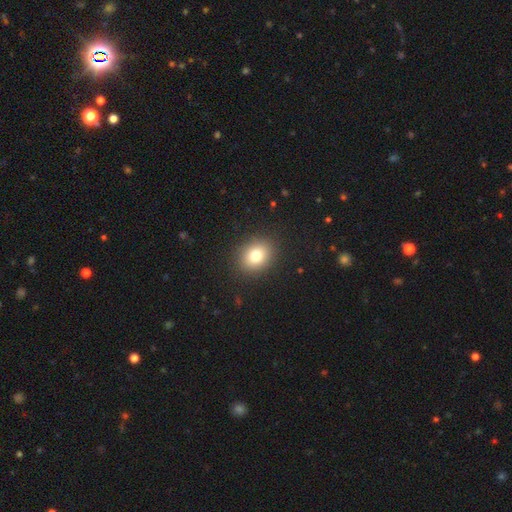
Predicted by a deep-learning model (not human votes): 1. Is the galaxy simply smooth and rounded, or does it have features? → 78% smooth, 12% star or artifact, 10% featured or disk.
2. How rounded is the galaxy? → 56% round, 43% in between, 1% cigar-shaped.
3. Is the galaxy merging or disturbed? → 89% none, 7% minor disturbance, 3% major disturbance, 1% merger.